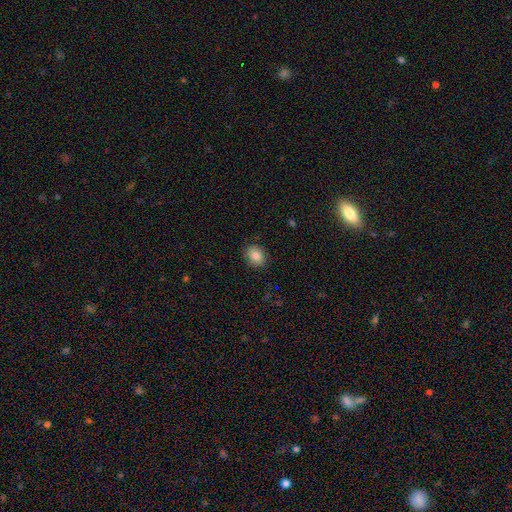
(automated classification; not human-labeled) A smooth galaxy with no disk features (84%) that is round (53%).

Vote fractions:
- Smooth or featured? smooth: 84% / star or artifact: 9% / featured or disk: 7%
- How rounded? round: 53% / in between: 46% / cigar-shaped: 1%
- Merging? none: 87% / minor disturbance: 10% / major disturbance: 2% / merger: 1%